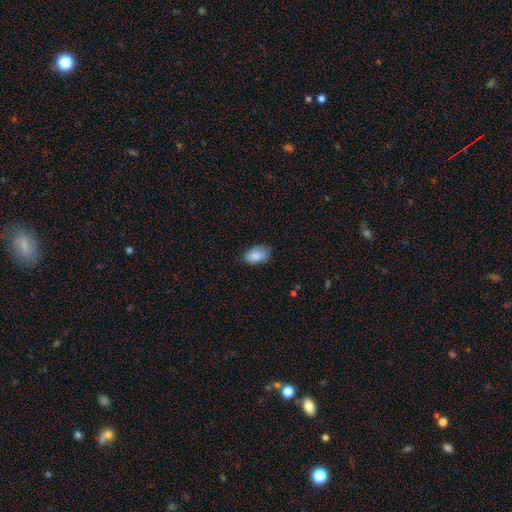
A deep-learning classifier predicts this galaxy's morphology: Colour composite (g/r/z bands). It shows a smooth galaxy with no disk features (86%) that is in between round and cigar-shaped (89%). Merging: none (73%).